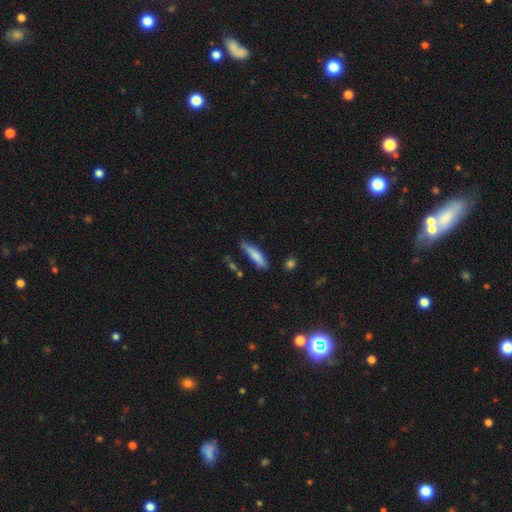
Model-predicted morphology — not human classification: A smooth galaxy with no disk features (78%) that is cigar-shaped (73%).

Vote fractions:
- Smooth or featured? smooth: 78% / featured or disk: 16% / star or artifact: 6%
- How rounded? cigar-shaped: 73% / in between: 26% / round: 2%
- Merging? none: 65% / minor disturbance: 26% / major disturbance: 5% / merger: 4%